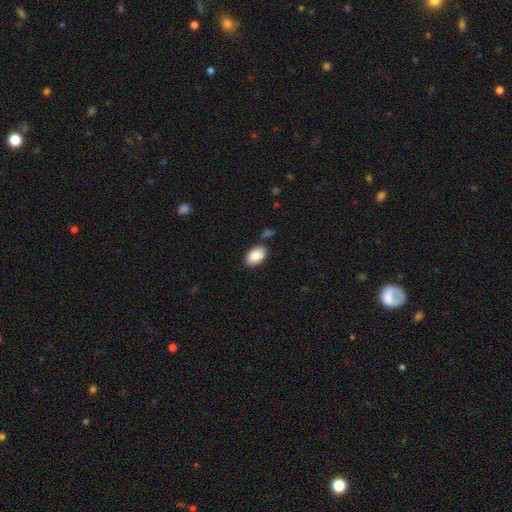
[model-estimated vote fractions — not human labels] This is clearly a smooth galaxy (89%). How rounded: clearly in between (92%). Merging: clearly none (81%).